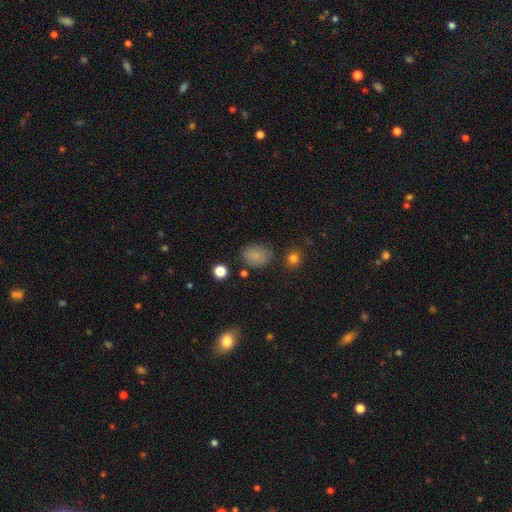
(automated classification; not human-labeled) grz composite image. It shows a smooth galaxy with no disk features (79%) that is in between round and cigar-shaped (58%). Merging: none (75%).